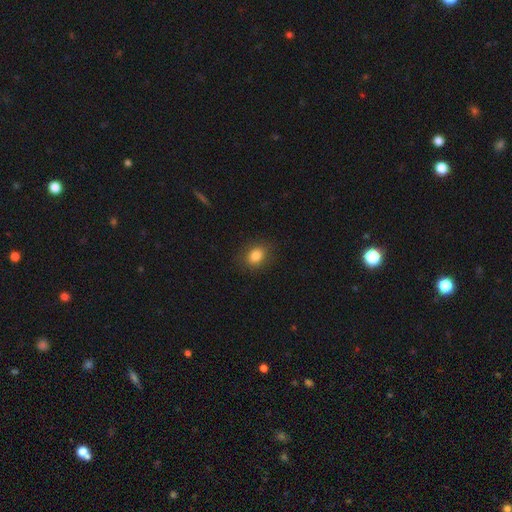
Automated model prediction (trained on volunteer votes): smooth-or-featured: smooth: 84% | star or artifact: 10% | featured or disk: 6%
  how-rounded: in between: 56% | round: 42% | cigar-shaped: 1%
  merging: none: 84% | minor disturbance: 11% | major disturbance: 3% | merger: 1%